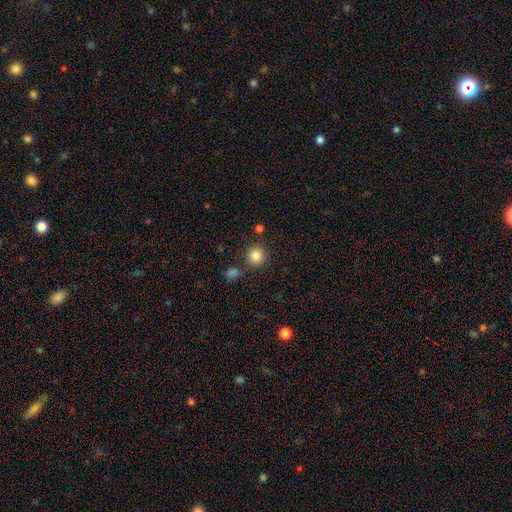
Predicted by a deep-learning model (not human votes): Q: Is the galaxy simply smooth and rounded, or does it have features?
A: smooth — 85%.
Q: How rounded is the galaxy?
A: round — 92%.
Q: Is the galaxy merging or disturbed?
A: none — 82%.